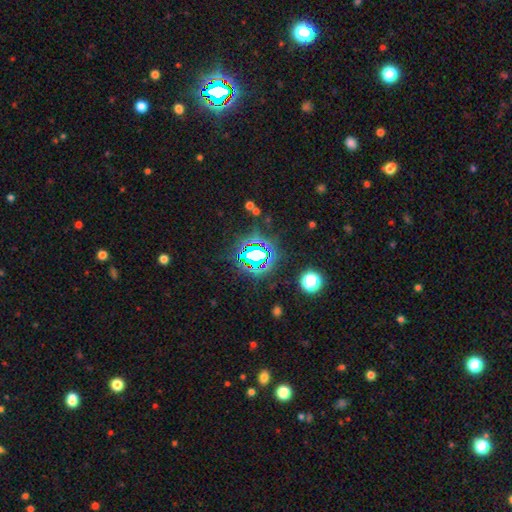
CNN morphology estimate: The model was most divided on "smooth or featured": star or artifact: 72%, smooth: 17%, featured or disk: 11%.